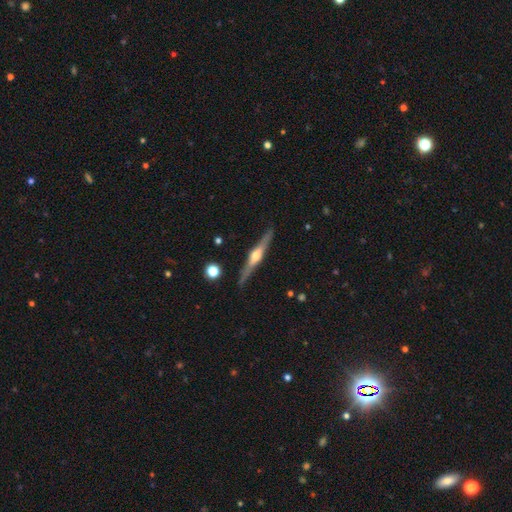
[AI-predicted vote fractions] smooth_or_featured: featured or disk (p=0.76) [alt: smooth p=0.18]
disk_edge_on: yes (p=0.98) [alt: no p=0.02]
edge_on_bulge: rounded (p=0.90) [alt: boxy p=0.06]
merging: none (p=0.88) [alt: minor disturbance p=0.09]